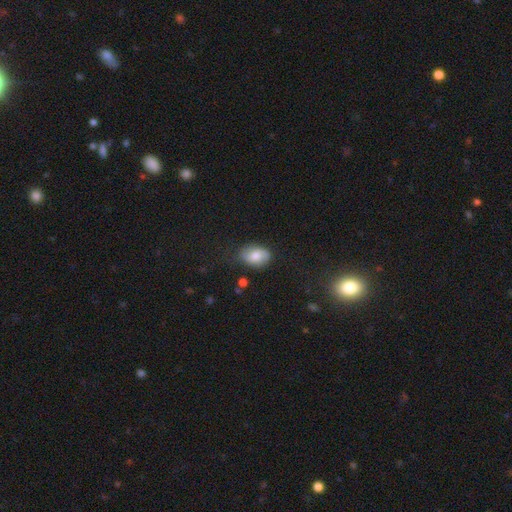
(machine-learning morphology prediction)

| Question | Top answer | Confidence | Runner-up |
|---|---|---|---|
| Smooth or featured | smooth | 75% | featured or disk (17%) |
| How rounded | in between | 84% | round (15%) |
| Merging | none | 73% | minor disturbance (20%) |